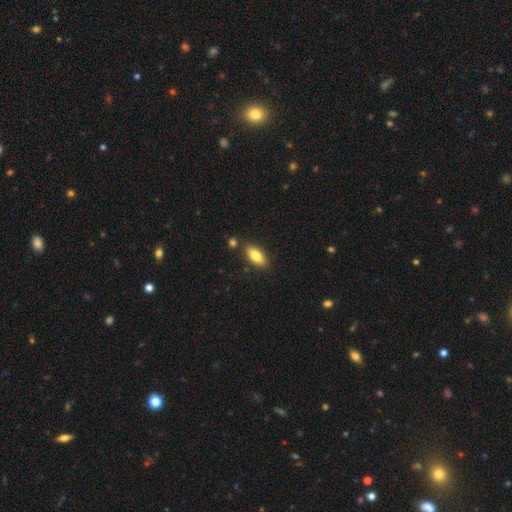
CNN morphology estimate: The model was most divided on "smooth or featured": smooth: 80%, featured or disk: 13%, star or artifact: 7%. More confident: how rounded — in between (87%); merging — none (83%).